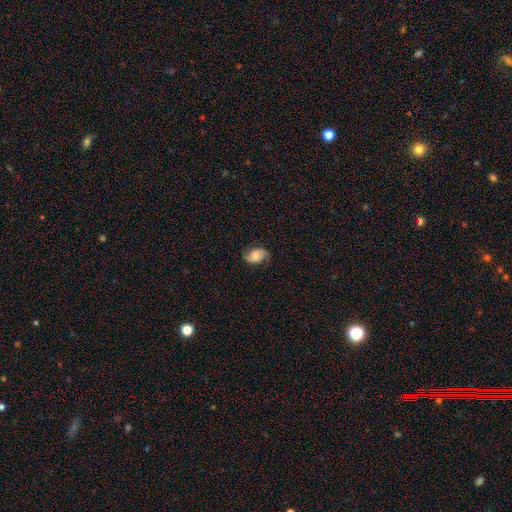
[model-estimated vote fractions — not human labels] This appears to be a featured or disk galaxy (49%). Merging: none (74%).